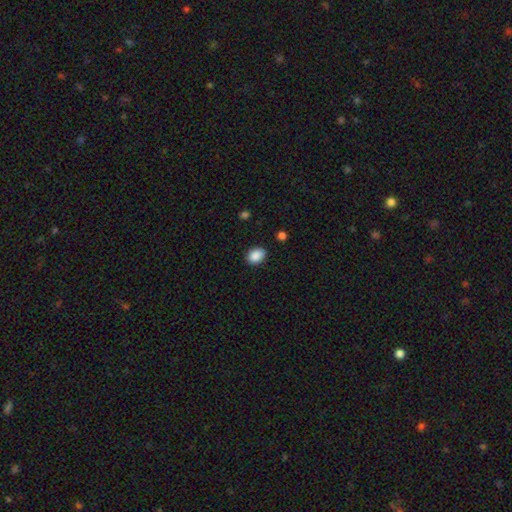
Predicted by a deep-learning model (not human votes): This appears to be a smooth galaxy with no disk features (88%) that is in between round and cigar-shaped (69%). Merging: none (84%).